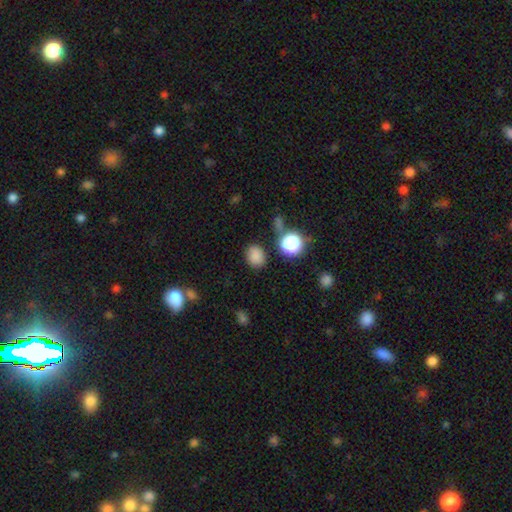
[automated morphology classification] smooth-or-featured: smooth: 80% | star or artifact: 15% | featured or disk: 5%
  how-rounded: round: 51% | in between: 48% | cigar-shaped: 1%
  merging: none: 82% | minor disturbance: 11% | merger: 4% | major disturbance: 4%